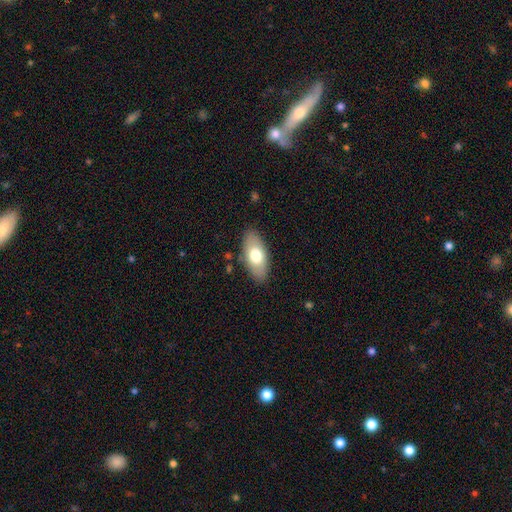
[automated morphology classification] smooth-or-featured: smooth: 68% | featured or disk: 26% | star or artifact: 6%
  how-rounded: in between: 90% | cigar-shaped: 7% | round: 3%
  merging: none: 85% | minor disturbance: 11% | major disturbance: 3% | merger: 1%